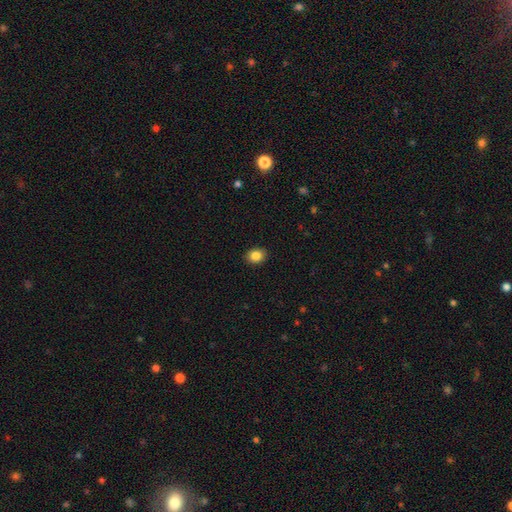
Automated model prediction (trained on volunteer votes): smooth 85%, star or artifact 10%, featured or disk 5%. Down the decision tree: how rounded — round (50%); merging — none (90%).